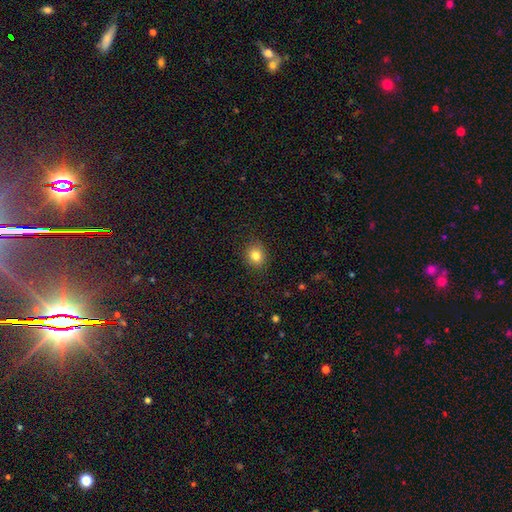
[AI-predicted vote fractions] A smooth galaxy with no disk features (82%) that is round (70%). Merging: none (88%).